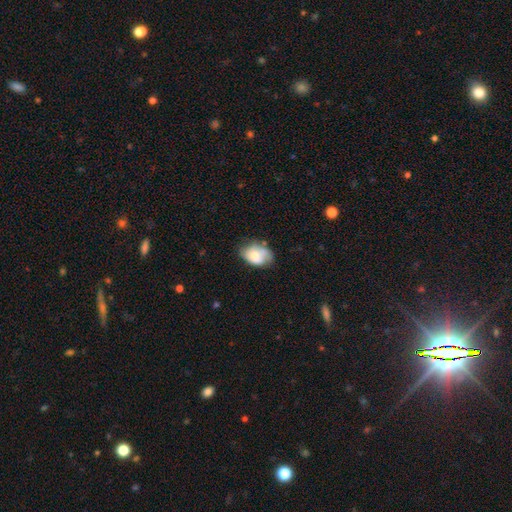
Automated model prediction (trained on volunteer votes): Q: Smooth or featured?
A: smooth (67%); runner-up: featured or disk (26%)
Q: How rounded?
A: in between (80%); runner-up: round (19%)
Q: Merging?
A: none (52%); runner-up: minor disturbance (34%)